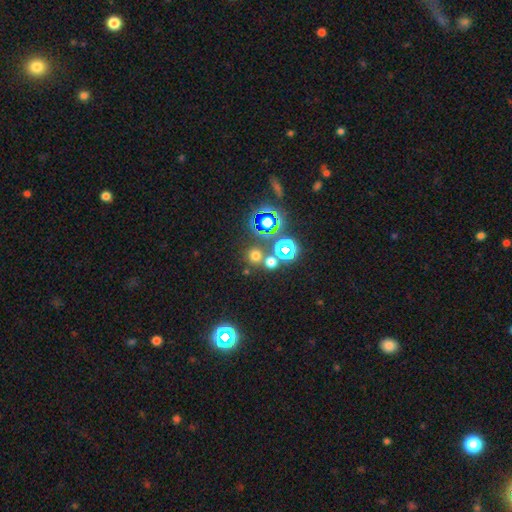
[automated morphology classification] A smooth galaxy with no disk features (58%) that is round (91%). Merging: none (74%).